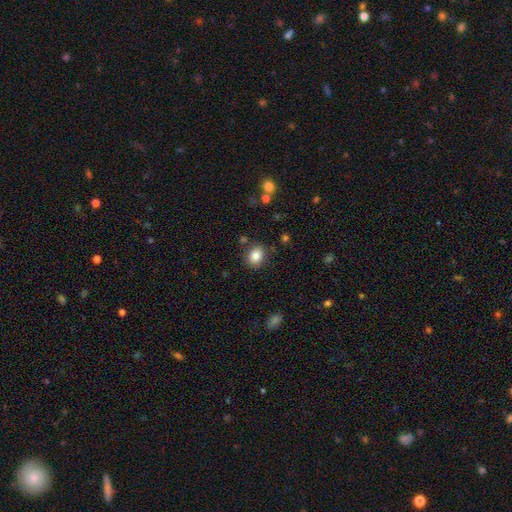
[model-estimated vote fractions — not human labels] smooth-or-featured: smooth: 84% | star or artifact: 10% | featured or disk: 6%
  how-rounded: round: 55% | in between: 44% | cigar-shaped: 1%
  merging: none: 84% | minor disturbance: 10% | merger: 3% | major disturbance: 3%